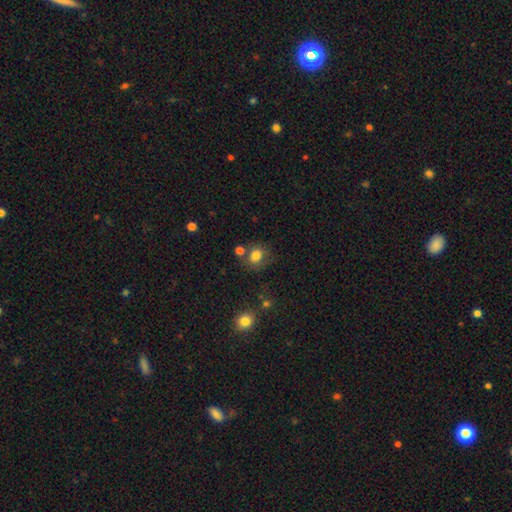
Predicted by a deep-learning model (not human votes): Smooth or featured? Predicted: smooth (p=0.80). How rounded? Predicted: round (p=0.65). Merging? Predicted: none (p=0.65).